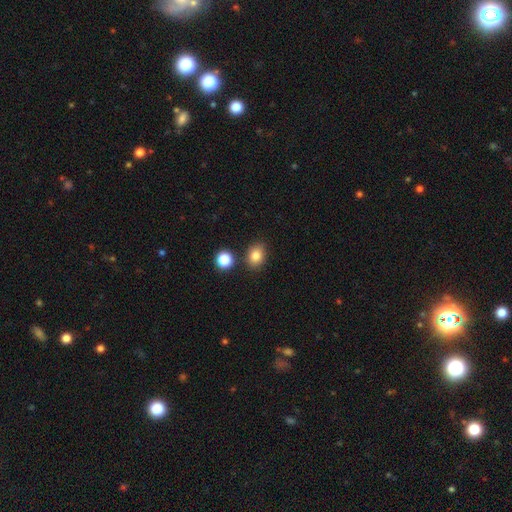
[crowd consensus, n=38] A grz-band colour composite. It shows a smooth galaxy with no disk features (87%) that is round (52%). Merging: none (89%).